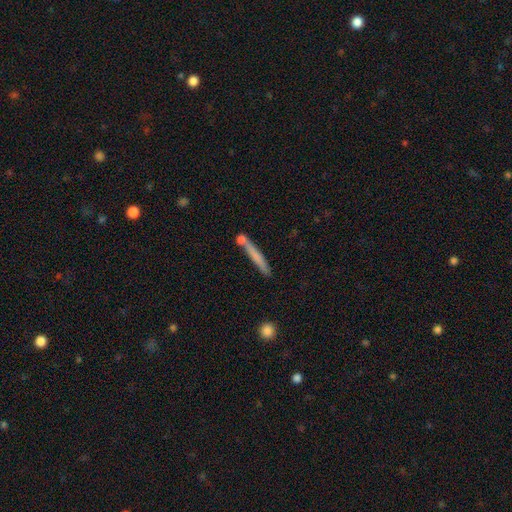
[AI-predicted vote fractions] Overall: smooth (64%; featured or disk 30%). How rounded: cigar-shaped (95%). Merging: none (69%).